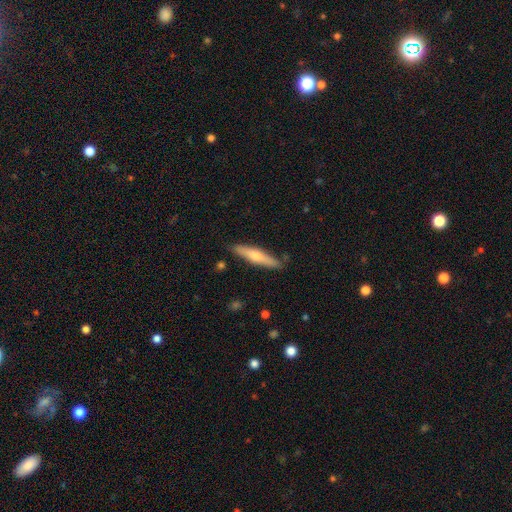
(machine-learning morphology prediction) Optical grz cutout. It shows a smooth galaxy with no disk features (53%) that is cigar-shaped (86%). Merging: none (86%).